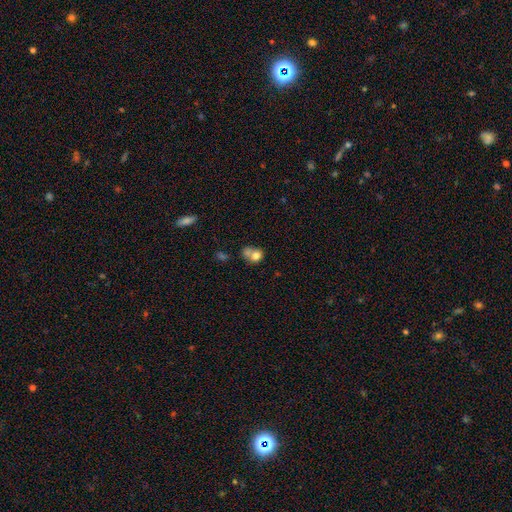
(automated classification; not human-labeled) smooth 73%, featured or disk 17%, star or artifact 11%. Down the decision tree: how rounded — round (62%); merging — merger (51%).